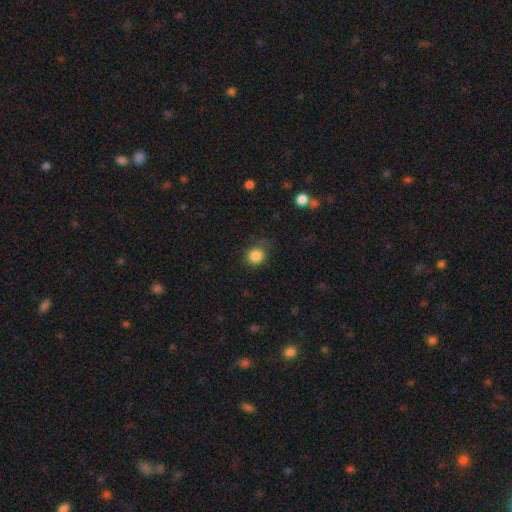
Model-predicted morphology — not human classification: A smooth galaxy with no disk features (85%) that is round (84%).

Vote fractions:
- Smooth or featured? smooth: 85% / star or artifact: 11% / featured or disk: 4%
- How rounded? round: 84% / in between: 15% / cigar-shaped: 1%
- Merging? none: 74% / minor disturbance: 19% / major disturbance: 6% / merger: 2%